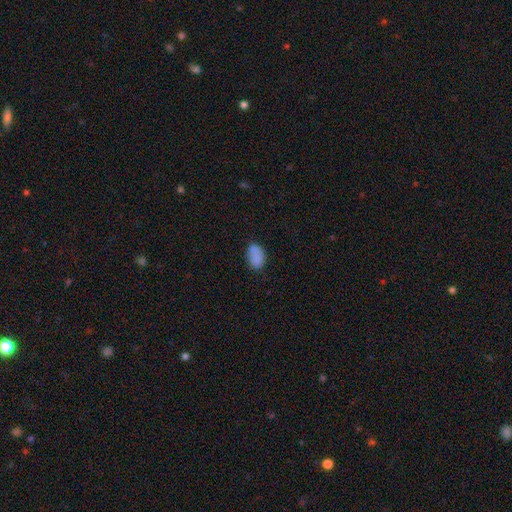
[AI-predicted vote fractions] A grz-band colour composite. It shows a smooth galaxy with no disk features (83%) that is in between round and cigar-shaped (86%). Merging: none (68%).